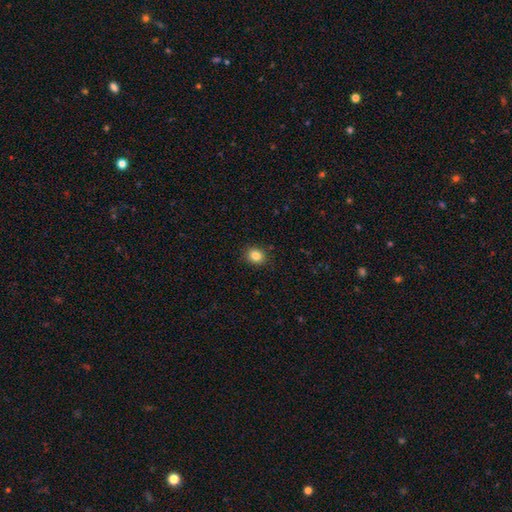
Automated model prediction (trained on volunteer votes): Smooth or featured?
  - smooth: 84% *
  - star or artifact: 10%
  - featured or disk: 5%
How rounded?
  - round: 61% *
  - in between: 38%
  - cigar-shaped: 1%
Merging?
  - none: 89% *
  - minor disturbance: 8%
  - major disturbance: 2%
  - merger: 1%